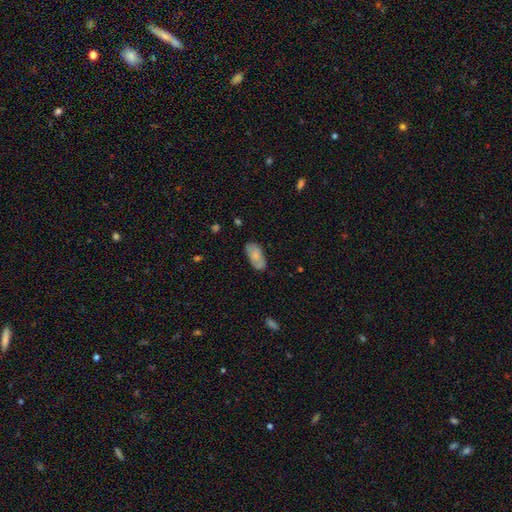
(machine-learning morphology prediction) Smooth or featured: smooth — 74% (featured or disk — 20%)
How rounded: in between — 93% (cigar-shaped — 5%)
Merging: none — 76% (minor disturbance — 18%)